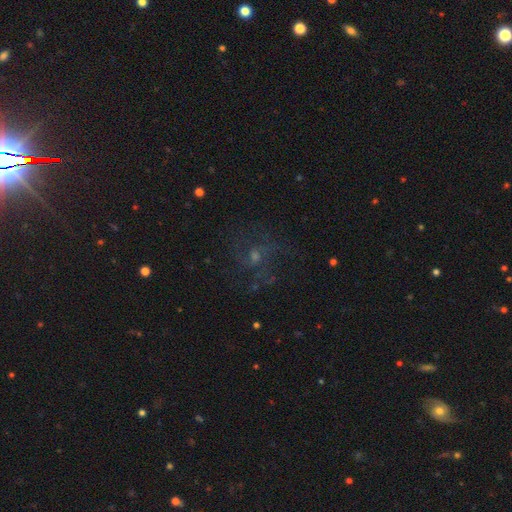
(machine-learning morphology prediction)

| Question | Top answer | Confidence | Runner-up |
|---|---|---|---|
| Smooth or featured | featured or disk | 54% | star or artifact (25%) |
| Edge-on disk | no | 97% | yes (3%) |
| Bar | no | 70% | weak (26%) |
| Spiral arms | yes | 73% | no (27%) |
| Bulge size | small | 42% | moderate (41%) |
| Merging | none | 63% | major disturbance (19%) |